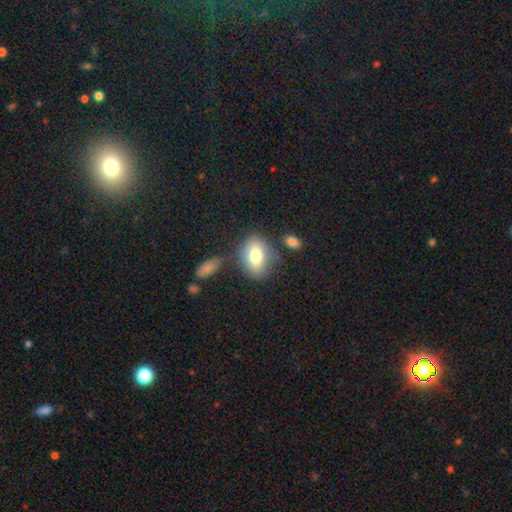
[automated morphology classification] Smooth or featured? smooth (73%)
How rounded? in between (66%)
Merging? none (69%)